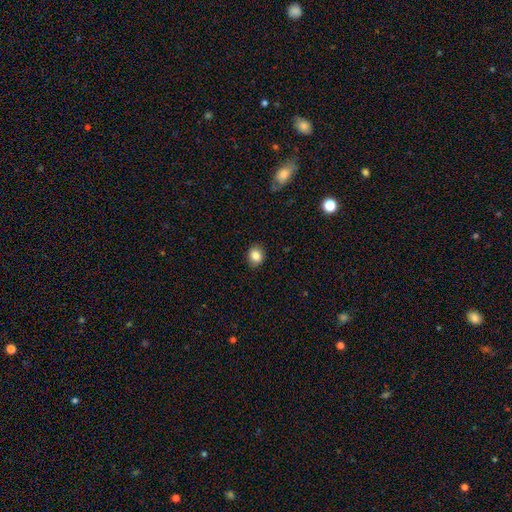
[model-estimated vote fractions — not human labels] A smooth galaxy with no disk features (84%) that is round (57%). Merging: none (88%).